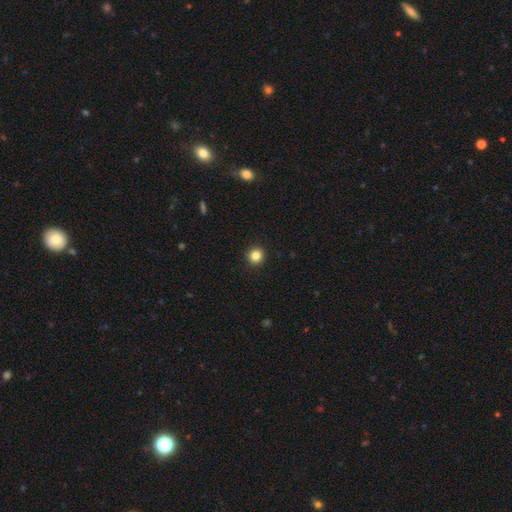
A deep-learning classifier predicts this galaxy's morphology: Q: Smooth or featured?
A: smooth (83%); runner-up: star or artifact (12%)
Q: How rounded?
A: round (94%); runner-up: in between (5%)
Q: Merging?
A: none (93%); runner-up: minor disturbance (5%)